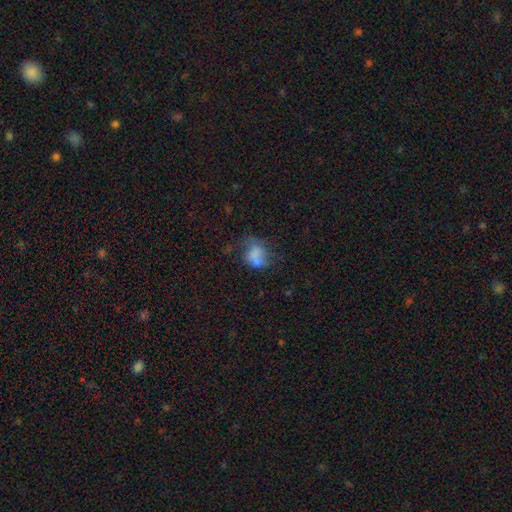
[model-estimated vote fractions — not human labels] smooth-or-featured: smooth: 64% | featured or disk: 22% | star or artifact: 14%
  how-rounded: in between: 59% | round: 39% | cigar-shaped: 2%
  merging: none: 34% | major disturbance: 26% | minor disturbance: 25% | merger: 15%